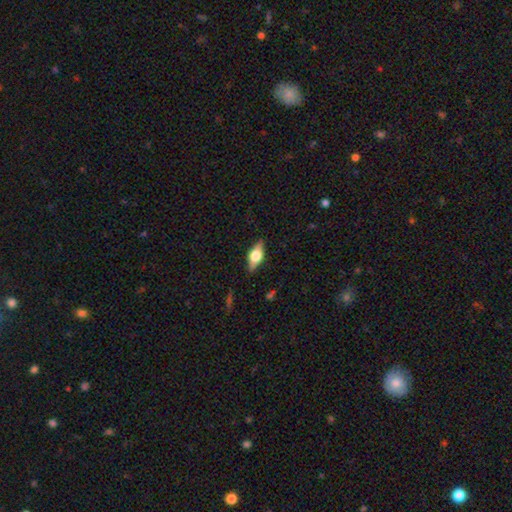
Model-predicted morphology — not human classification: type=featured or disk (55%); edge-on=yes (93%); edge-on bulge=rounded (92%); merging=none (85%).